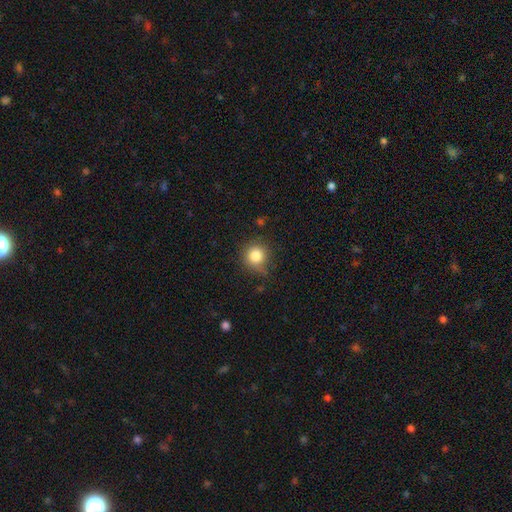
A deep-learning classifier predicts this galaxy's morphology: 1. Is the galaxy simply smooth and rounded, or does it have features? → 82% smooth, 11% star or artifact, 6% featured or disk.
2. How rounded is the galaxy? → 92% round, 7% in between, 1% cigar-shaped.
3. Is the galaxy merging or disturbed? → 76% none, 18% minor disturbance, 4% major disturbance, 2% merger.